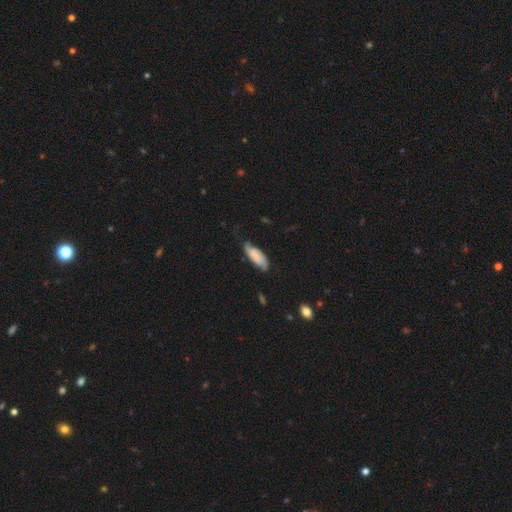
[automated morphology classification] Q: Smooth or featured?
A: smooth (53%); runner-up: featured or disk (40%)
Q: How rounded?
A: in between (76%); runner-up: cigar-shaped (22%)
Q: Merging?
A: none (57%); runner-up: minor disturbance (30%)